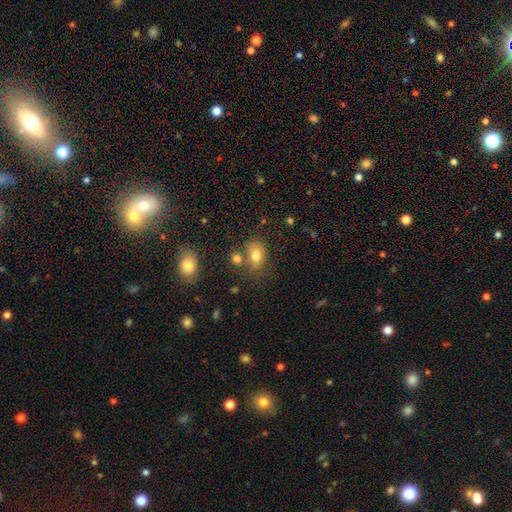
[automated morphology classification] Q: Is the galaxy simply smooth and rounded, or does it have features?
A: smooth — 76%.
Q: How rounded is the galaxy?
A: in between — 71%.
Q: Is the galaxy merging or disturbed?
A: none — 57%.